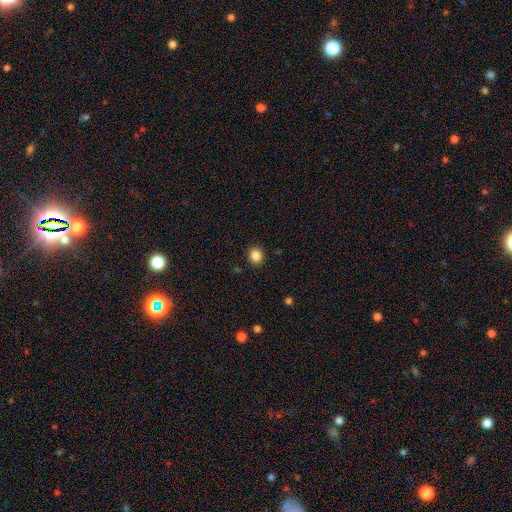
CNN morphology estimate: Smooth or featured?
  - smooth: 86% *
  - star or artifact: 11%
  - featured or disk: 4%
How rounded?
  - round: 81% *
  - in between: 18%
  - cigar-shaped: 1%
Merging?
  - none: 90% *
  - minor disturbance: 7%
  - major disturbance: 2%
  - merger: 1%